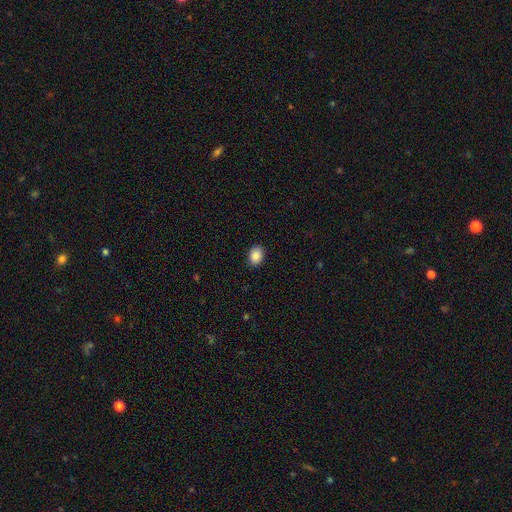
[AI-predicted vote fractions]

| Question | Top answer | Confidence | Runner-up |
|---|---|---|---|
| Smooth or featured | smooth | 89% | star or artifact (8%) |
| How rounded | in between | 66% | round (33%) |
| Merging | none | 90% | minor disturbance (7%) |